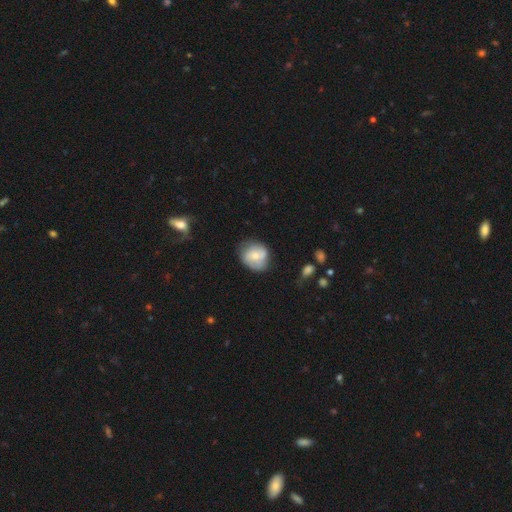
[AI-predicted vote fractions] Overall: smooth (54%; featured or disk 39%). How rounded: round (71%). Merging: none (62%; minor disturbance 26%).